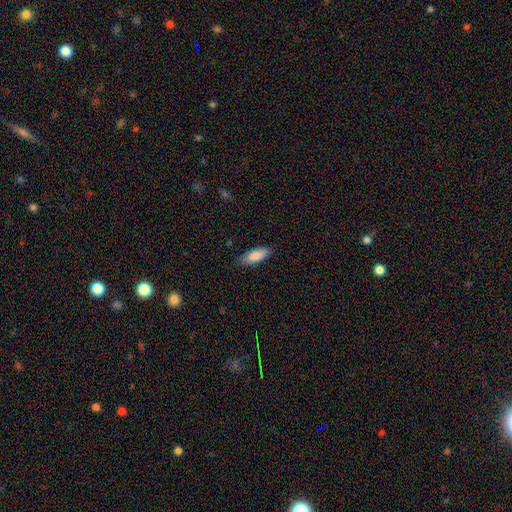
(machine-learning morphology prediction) Smooth or featured?
  - smooth: 85% *
  - featured or disk: 9%
  - star or artifact: 6%
How rounded?
  - in between: 73% *
  - cigar-shaped: 26%
  - round: 2%
Merging?
  - none: 84% *
  - minor disturbance: 13%
  - major disturbance: 2%
  - merger: 1%